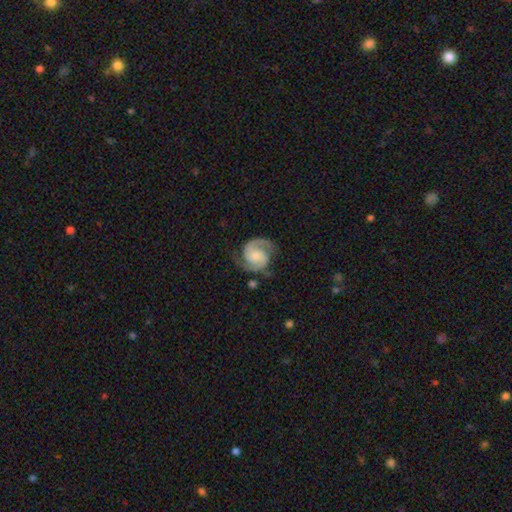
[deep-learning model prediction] smooth_or_featured: featured or disk (p=0.92) [alt: smooth p=0.04]
disk_edge_on: no (p=0.98) [alt: yes p=0.02]
bar: no (p=0.64) [alt: weak p=0.28]
has_spiral_arms: yes (p=0.98) [alt: no p=0.02]
spiral_winding: medium (p=0.50) [alt: tight p=0.41]
spiral_arm_count: 2 (p=0.93) [alt: can't tell p=0.02]
bulge_size: small (p=0.42) [alt: moderate p=0.39]
merging: none (p=0.78) [alt: minor disturbance p=0.15]